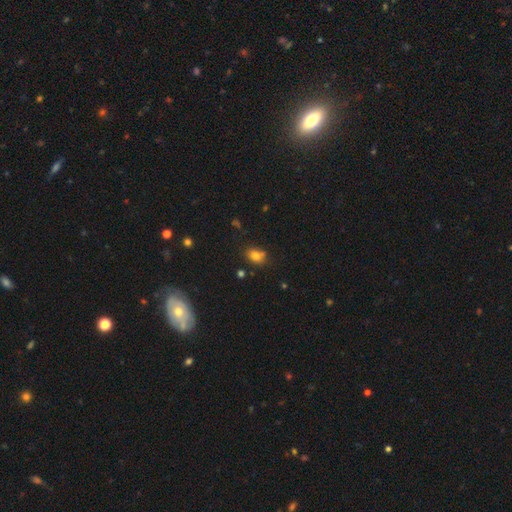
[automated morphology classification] The model was most divided on "how rounded": in between: 62%, round: 36%, cigar-shaped: 2%. More confident: smooth or featured — smooth (77%); merging — none (64%).